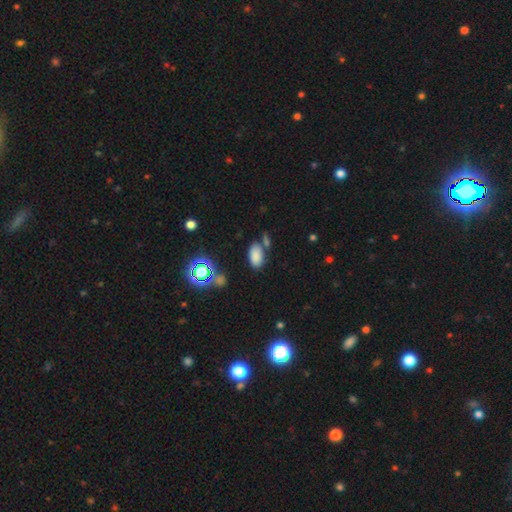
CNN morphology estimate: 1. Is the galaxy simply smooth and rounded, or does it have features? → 80% smooth, 14% star or artifact, 6% featured or disk.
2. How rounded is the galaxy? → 93% in between, 5% round, 2% cigar-shaped.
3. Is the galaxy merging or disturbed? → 70% none, 13% minor disturbance, 13% merger, 4% major disturbance.